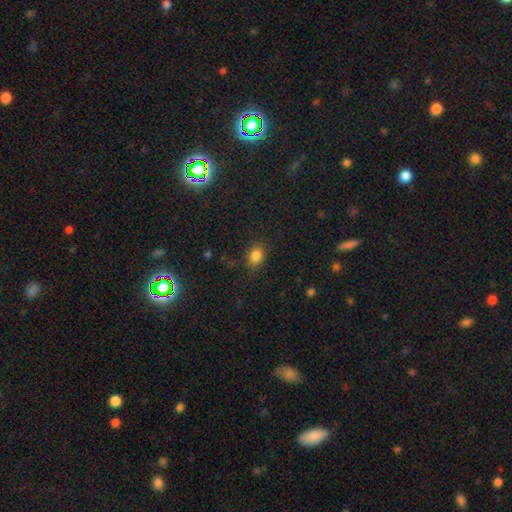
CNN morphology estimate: smooth-or-featured: smooth: 84% | star or artifact: 12% | featured or disk: 5%
  how-rounded: in between: 56% | round: 43% | cigar-shaped: 1%
  merging: none: 81% | minor disturbance: 13% | major disturbance: 4% | merger: 1%